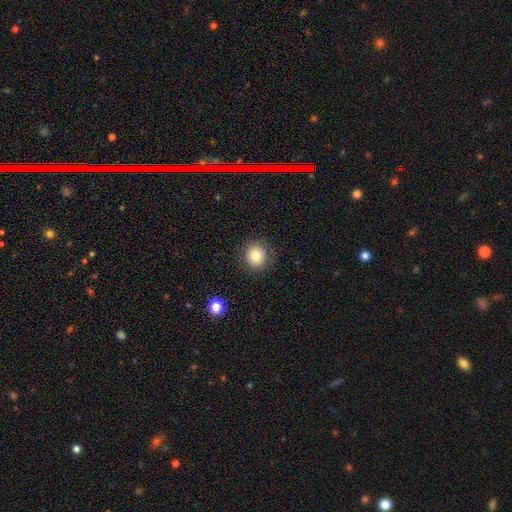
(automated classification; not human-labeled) Smooth or featured? Predicted: smooth (p=0.77). How rounded? Predicted: round (p=0.91). Merging? Predicted: none (p=0.89).